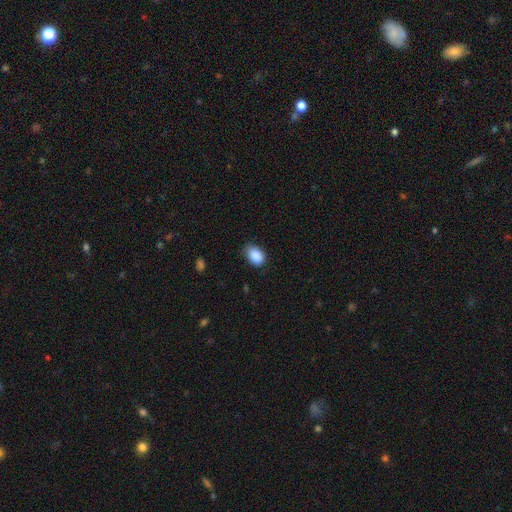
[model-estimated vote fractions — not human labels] This is clearly a smooth galaxy (89%). How rounded: clearly in between (83%). Merging: likely none (75%).